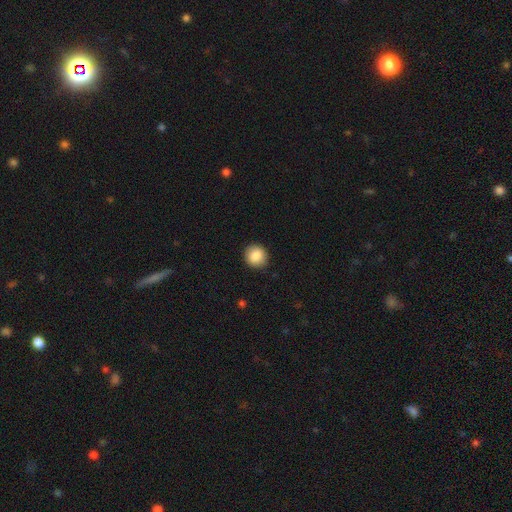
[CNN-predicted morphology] smooth_or_featured: smooth (p=0.86) [alt: star or artifact p=0.08]
how_rounded: round (p=0.88) [alt: in between p=0.11]
merging: none (p=0.90) [alt: minor disturbance p=0.07]